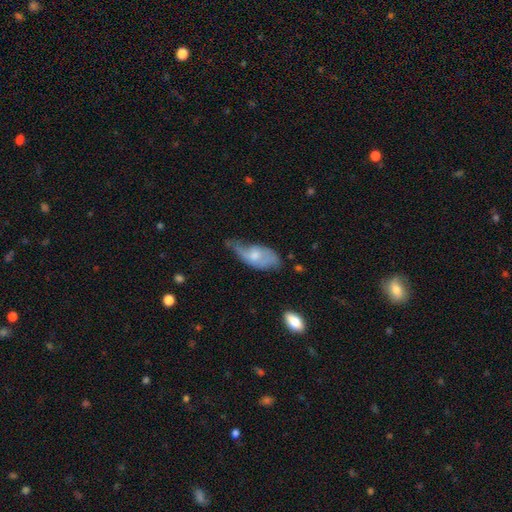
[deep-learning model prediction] This appears to be a smooth galaxy with no disk features (52%) that is in between round and cigar-shaped (88%). Merging: minor disturbance (41%).